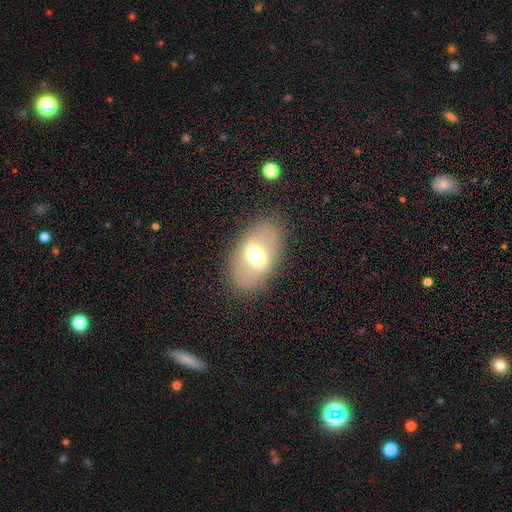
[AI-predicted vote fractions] This is possibly a featured or disk galaxy (49%). Merging: clearly none (82%).